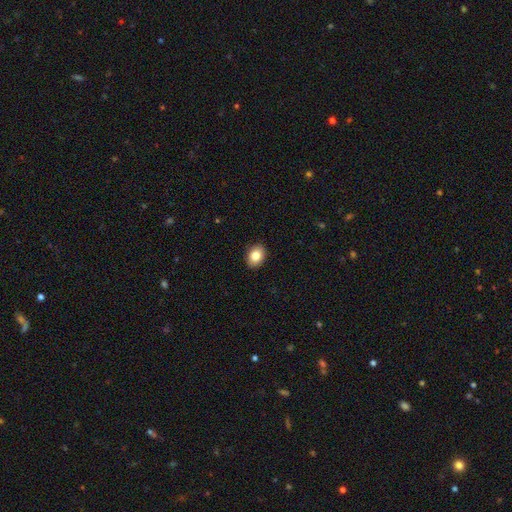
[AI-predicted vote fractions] This is clearly a smooth galaxy (84%). How rounded: likely in between (70%). Merging: clearly none (91%).